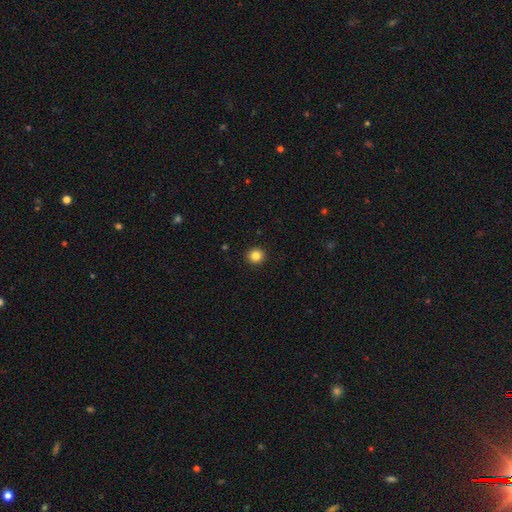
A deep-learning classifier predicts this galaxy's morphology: Smooth or featured? smooth (84%)
How rounded? round (93%)
Merging? none (93%)